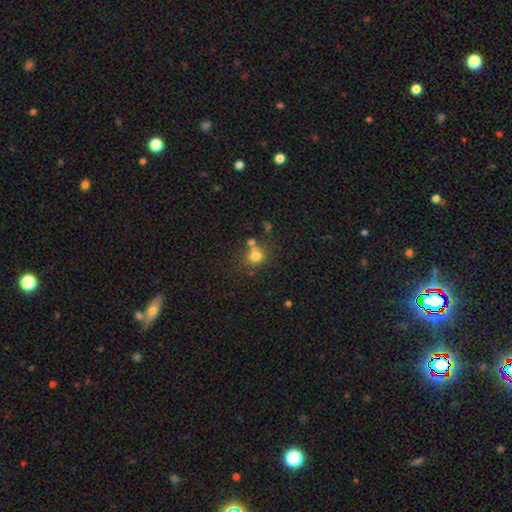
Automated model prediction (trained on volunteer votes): smooth 76%, star or artifact 14%, featured or disk 10%. Down the decision tree: how rounded — round (81%); merging — none (55%).